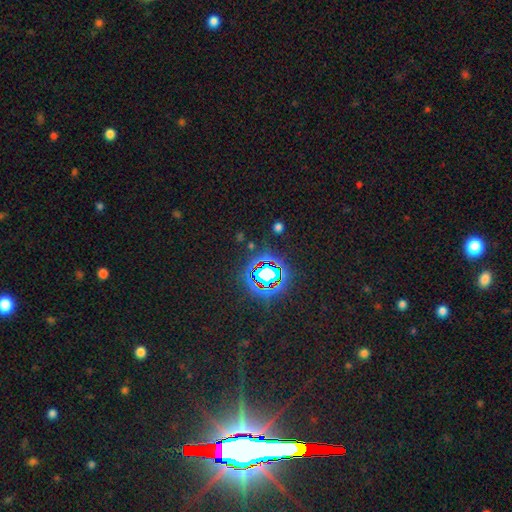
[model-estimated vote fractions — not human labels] This appears to be a star or artifact, not a galaxy (84%).